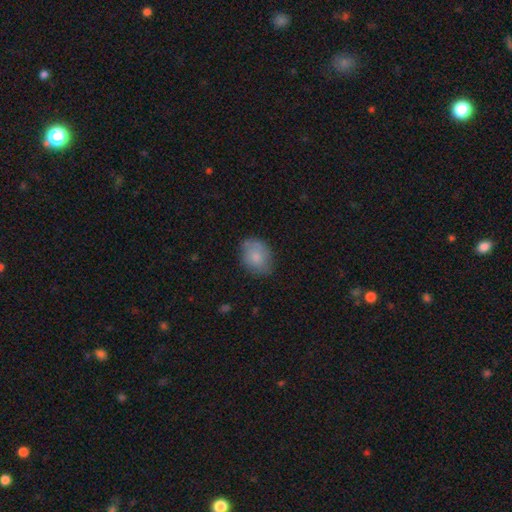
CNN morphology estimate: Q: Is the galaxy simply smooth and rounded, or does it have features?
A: smooth — 80%.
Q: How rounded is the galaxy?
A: in between — 63%.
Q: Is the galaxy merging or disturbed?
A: none — 71%.